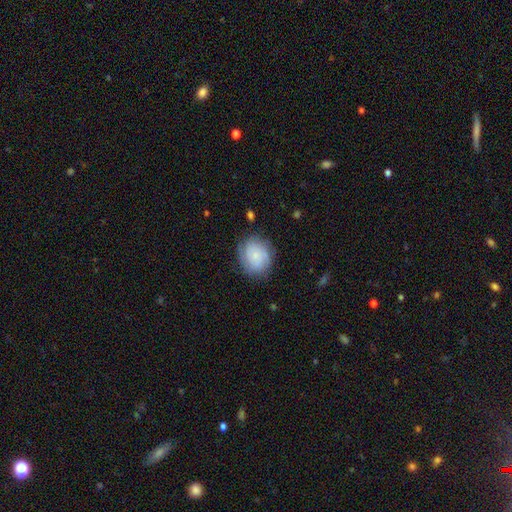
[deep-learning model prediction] Overall: smooth (49%; featured or disk 43%). Merging: none (74%).